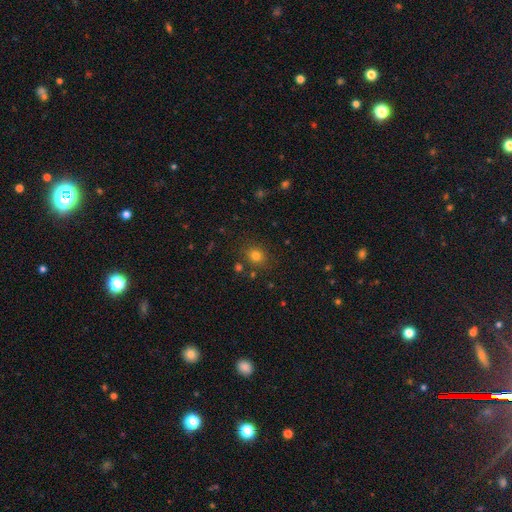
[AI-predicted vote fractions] Smooth or featured: smooth — 78% (star or artifact — 15%)
How rounded: round — 68% (in between — 31%)
Merging: none — 82% (minor disturbance — 11%)